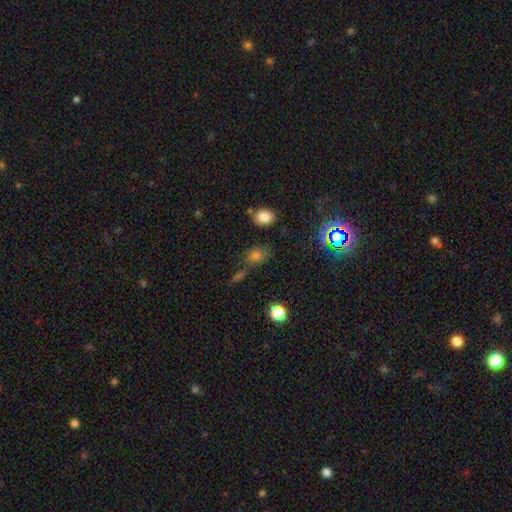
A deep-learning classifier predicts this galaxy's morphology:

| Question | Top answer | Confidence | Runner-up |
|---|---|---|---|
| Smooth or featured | smooth | 71% | star or artifact (20%) |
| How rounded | in between | 61% | round (36%) |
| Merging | none | 61% | merger (16%) |